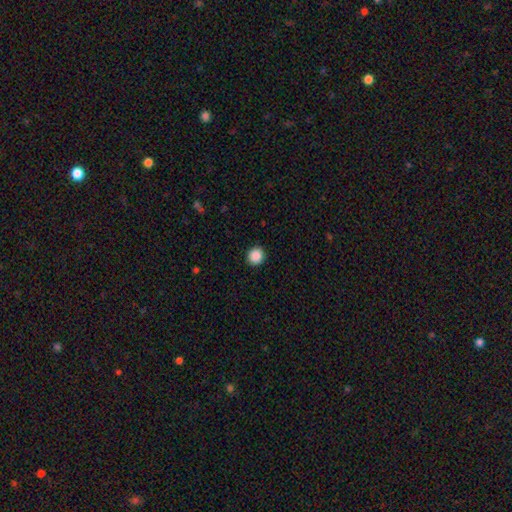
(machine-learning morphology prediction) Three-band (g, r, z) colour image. It shows a smooth galaxy with no disk features (88%) that is round (89%). Merging: none (92%).